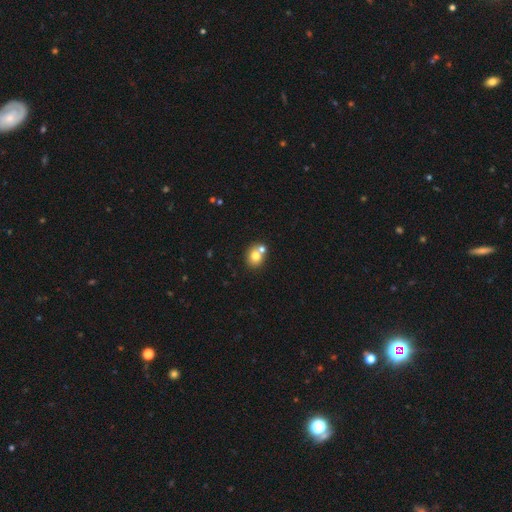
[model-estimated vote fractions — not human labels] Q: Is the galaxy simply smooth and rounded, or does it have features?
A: smooth — 75%.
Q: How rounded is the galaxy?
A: round — 75%.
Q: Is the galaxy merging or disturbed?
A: none — 53%.